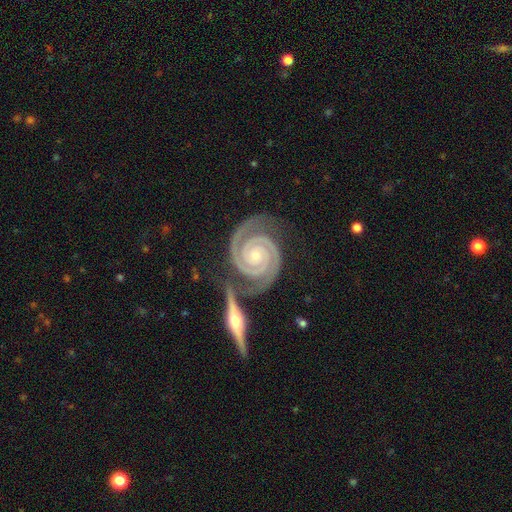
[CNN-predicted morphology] A featured or disk galaxy (95%) with no bar (74%), 2 (91%) tight (87%) spiral arms (99%) and a small central bulge (70%).

Vote fractions:
- Smooth or featured? featured or disk: 95% / star or artifact: 3% / smooth: 2%
- Edge-on disk? no: 98% / yes: 2%
- Bar? no: 74% / weak: 16% / strong: 10%
- Spiral arms? yes: 99% / no: 1%
- Spiral winding? tight: 87% / medium: 12% / loose: 2%
- Spiral arm count? 2: 91% / 3: 4% / can't tell: 1% / 4: 1% / 1: 1% / more than 4: 1%
- Bulge size? small: 70% / moderate: 26% / none: 2% / large: 2% / dominant: 1%
- Merging? none: 71% / merger: 14% / minor disturbance: 12% / major disturbance: 4%